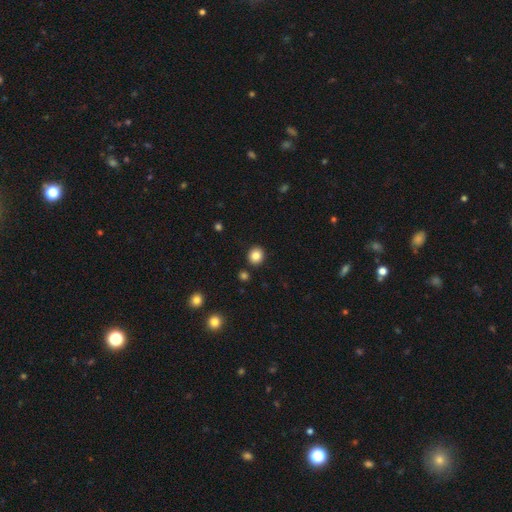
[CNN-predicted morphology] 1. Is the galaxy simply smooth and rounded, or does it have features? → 84% smooth, 10% star or artifact, 5% featured or disk.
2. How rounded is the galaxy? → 83% round, 17% in between, 1% cigar-shaped.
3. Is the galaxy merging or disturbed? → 90% none, 6% minor disturbance, 2% merger, 2% major disturbance.